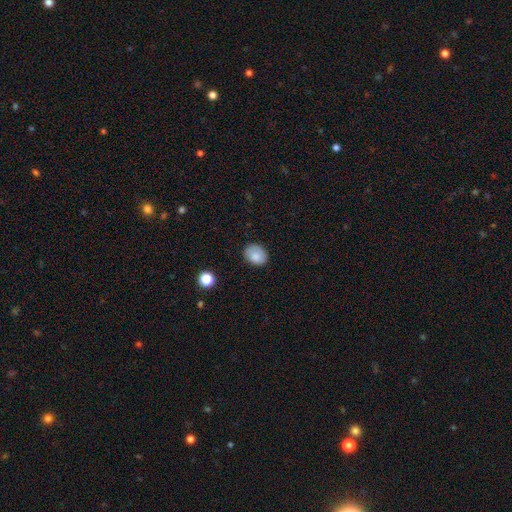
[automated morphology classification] Q: Smooth or featured?
A: smooth (83%); runner-up: featured or disk (9%)
Q: How rounded?
A: in between (59%); runner-up: round (40%)
Q: Merging?
A: none (77%); runner-up: minor disturbance (17%)